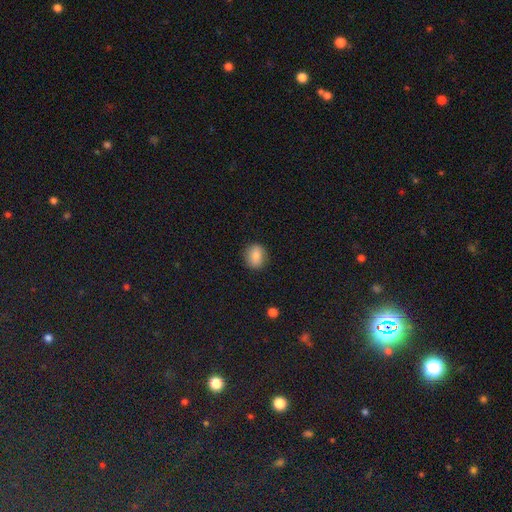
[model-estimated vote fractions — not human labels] smooth-or-featured: smooth: 84% | star or artifact: 9% | featured or disk: 7%
  how-rounded: round: 67% | in between: 32% | cigar-shaped: 1%
  merging: none: 86% | minor disturbance: 10% | major disturbance: 3% | merger: 1%